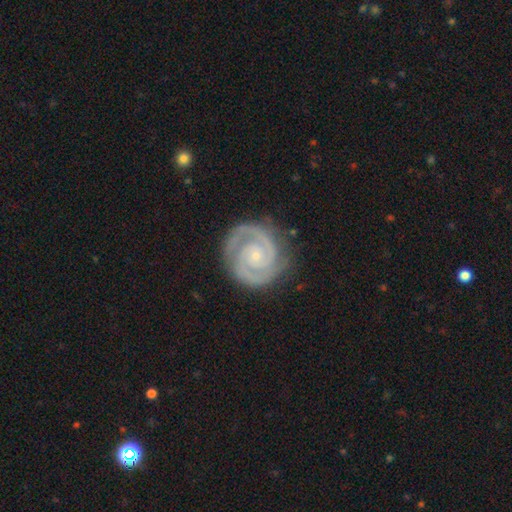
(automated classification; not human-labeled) A featured or disk galaxy (92%) with no bar (71%), 2 (89%) tight (74%) spiral arms (99%) and a small central bulge (77%). Merging: none (84%).